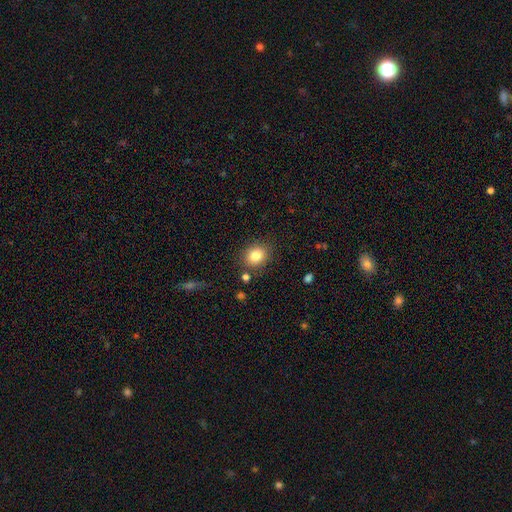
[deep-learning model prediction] Smooth or featured? Predicted: smooth (p=0.82). How rounded? Predicted: round (p=0.65). Merging? Predicted: none (p=0.84).